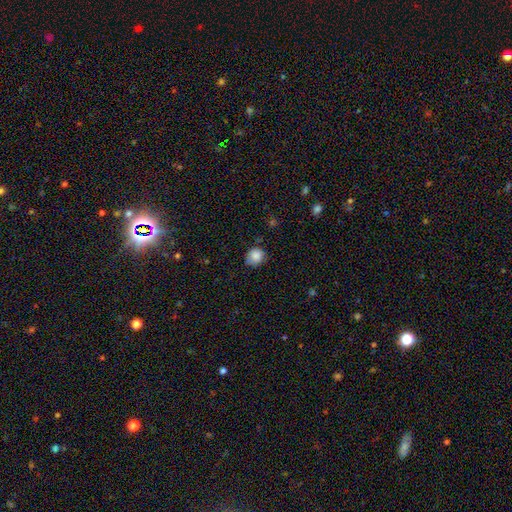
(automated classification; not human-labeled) This appears to be a smooth galaxy with no disk features (84%) that is round (76%). Merging: none (65%).